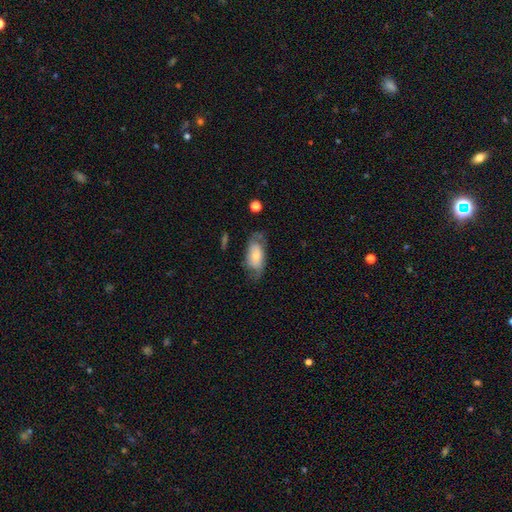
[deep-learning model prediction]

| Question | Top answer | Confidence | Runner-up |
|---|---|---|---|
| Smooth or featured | smooth | 50% | featured or disk (43%) |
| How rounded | in between | 89% | cigar-shaped (6%) |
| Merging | none | 58% | minor disturbance (25%) |